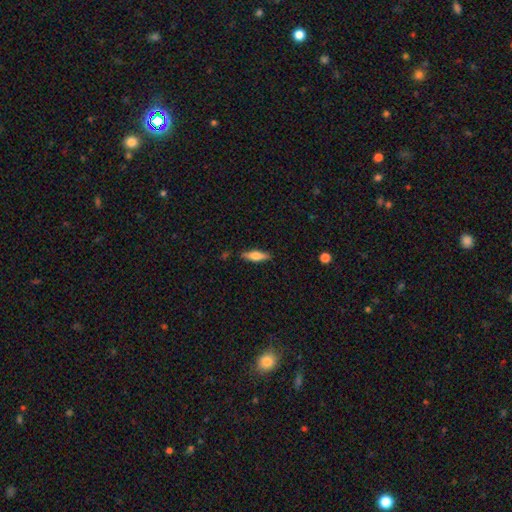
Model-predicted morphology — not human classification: Smooth or featured: smooth — 61% (featured or disk — 33%)
How rounded: cigar-shaped — 55% (in between — 43%)
Merging: none — 84% (minor disturbance — 12%)